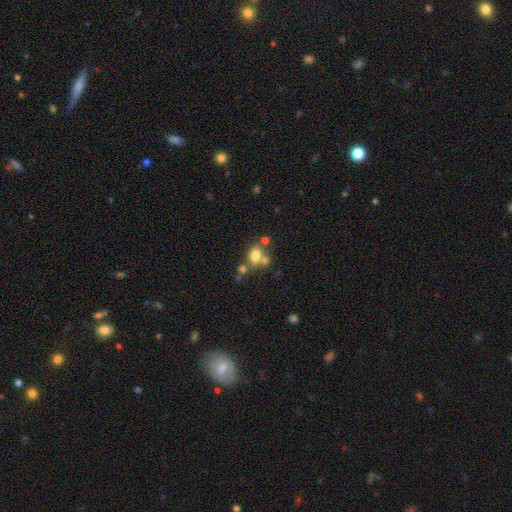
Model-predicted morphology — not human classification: smooth_or_featured: smooth (p=0.73) [alt: featured or disk p=0.14]
how_rounded: in between (p=0.62) [alt: round p=0.36]
merging: none (p=0.48) [alt: merger p=0.34]